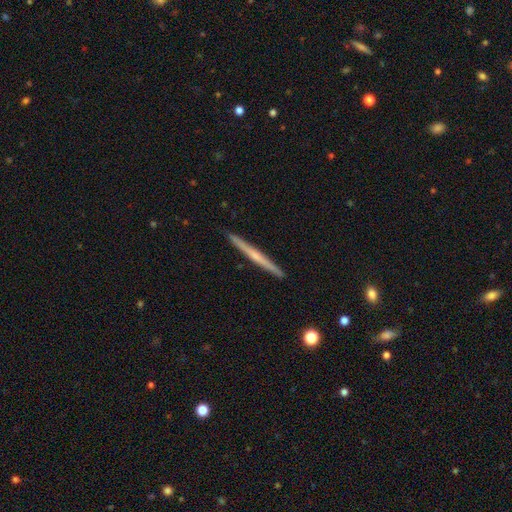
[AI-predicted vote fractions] smooth-or-featured: featured or disk: 61% | smooth: 33% | star or artifact: 6%
  disk-edge-on: yes: 98% | no: 2%
    edge-on-bulge: none: 56% | rounded: 38% | boxy: 6%
  merging: none: 93% | minor disturbance: 5% | major disturbance: 1% | merger: 1%